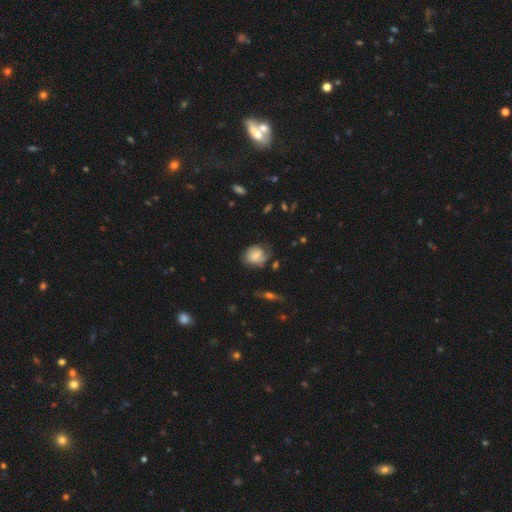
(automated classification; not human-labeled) This appears to be a smooth galaxy with no disk features (58%) that is round (50%). Merging: none (48%).